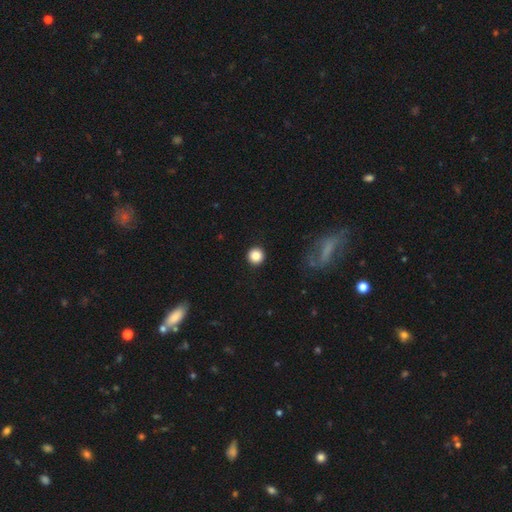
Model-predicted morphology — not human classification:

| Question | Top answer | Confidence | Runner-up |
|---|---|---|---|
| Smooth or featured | smooth | 86% | star or artifact (10%) |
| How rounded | round | 95% | in between (4%) |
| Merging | none | 92% | minor disturbance (5%) |